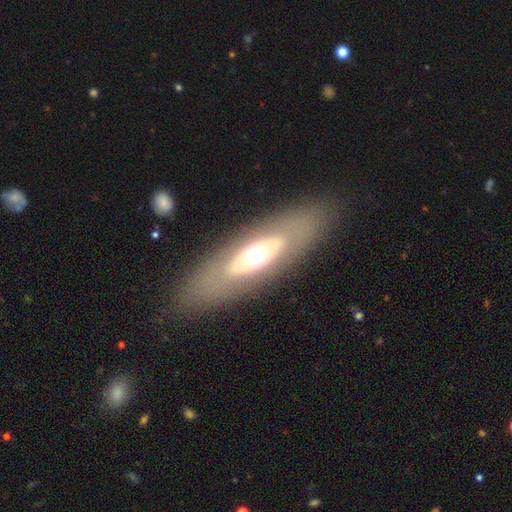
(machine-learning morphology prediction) featured or disk 48%, smooth 44%, star or artifact 8%. Down the decision tree: merging — none (84%).